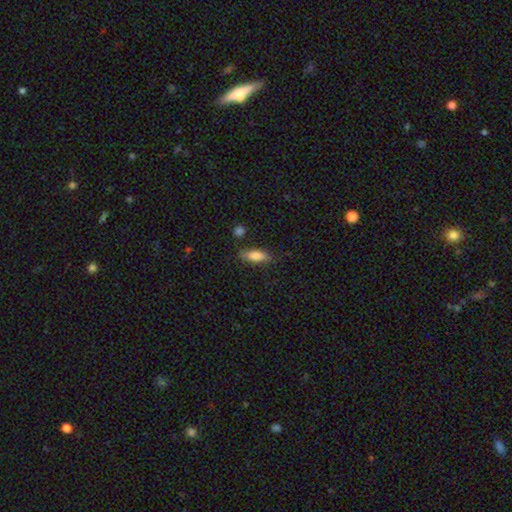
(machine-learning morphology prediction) This appears to be a smooth galaxy with no disk features (78%) that is in between round and cigar-shaped (59%). Merging: none (78%).